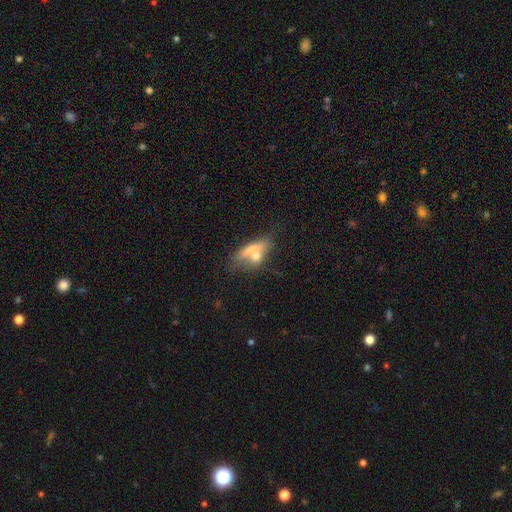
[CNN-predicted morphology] The model was most divided on "merging": merger: 46%, none: 32%, minor disturbance: 13%, major disturbance: 9%. More confident: how rounded — in between (62%); smooth or featured — smooth (57%).